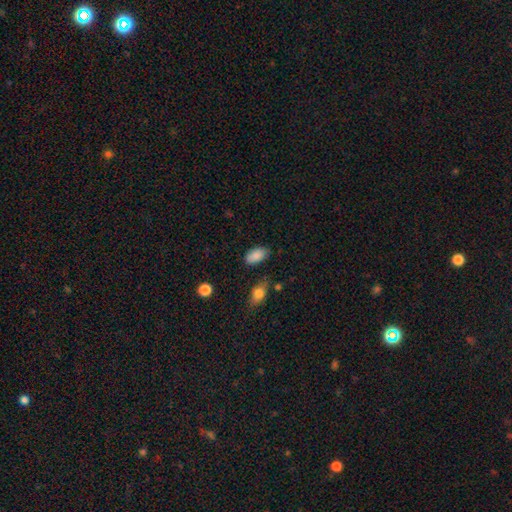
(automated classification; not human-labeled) This is clearly a smooth galaxy (87%). How rounded: clearly in between (93%). Merging: likely none (79%).